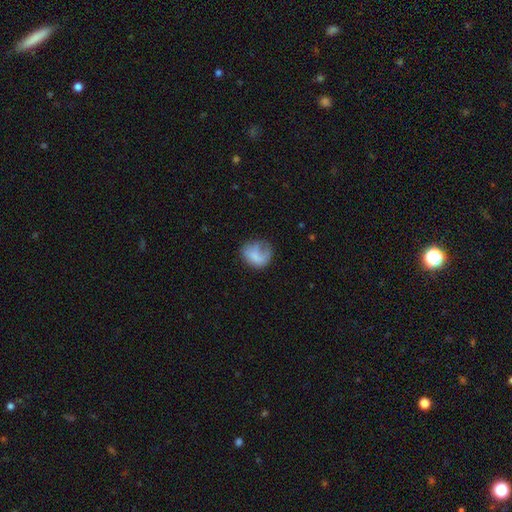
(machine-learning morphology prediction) smooth 68%, featured or disk 24%, star or artifact 8%. Down the decision tree: how rounded — round (64%); merging — none (43%).